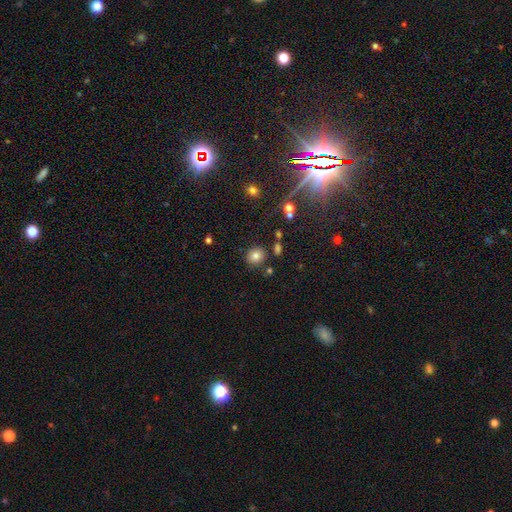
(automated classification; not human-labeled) This is likely a smooth galaxy (79%). How rounded: clearly round (85%). Merging: clearly none (84%).